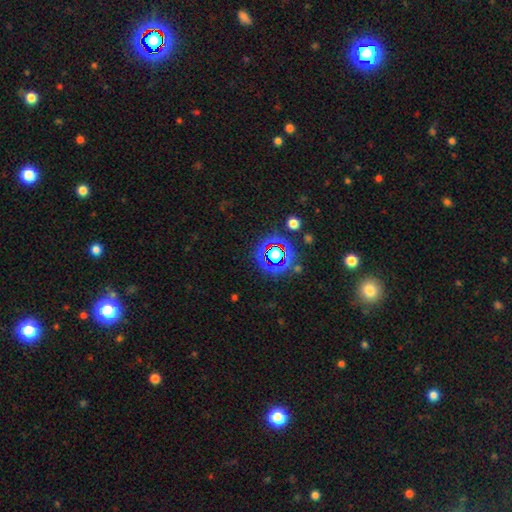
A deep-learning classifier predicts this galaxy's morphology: smooth_or_featured: star or artifact (p=0.67) [alt: smooth p=0.23]